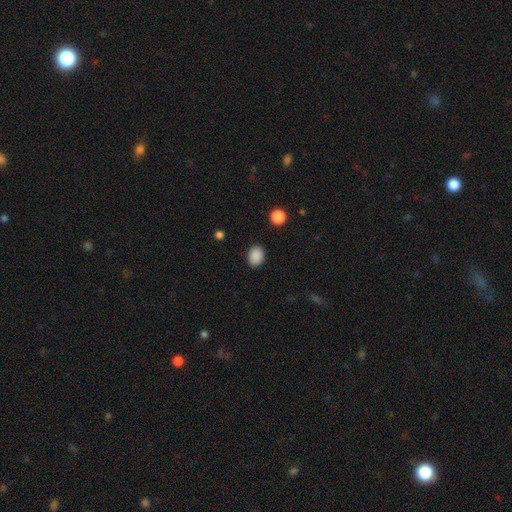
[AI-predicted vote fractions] A smooth galaxy with no disk features (89%) that is in between round and cigar-shaped (59%). Merging: none (88%).